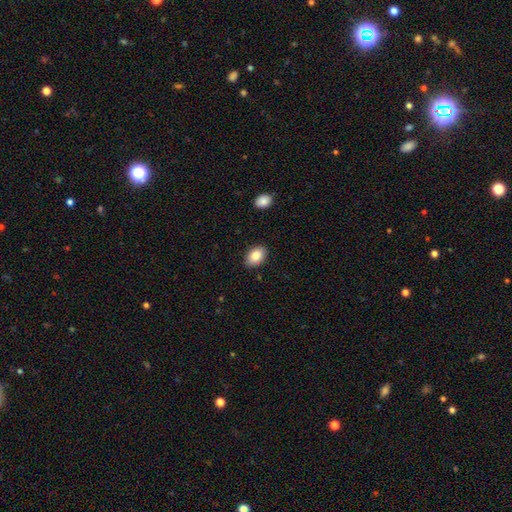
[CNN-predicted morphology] A smooth galaxy with no disk features (84%) that is in between round and cigar-shaped (87%). Merging: none (87%).